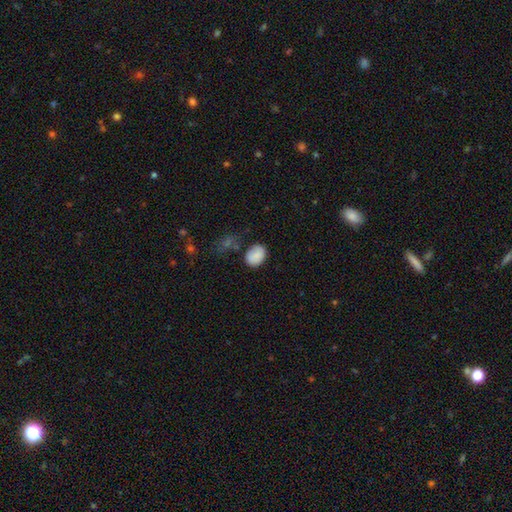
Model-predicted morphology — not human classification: Smooth or featured? Predicted: smooth (p=0.85). How rounded? Predicted: in between (p=0.66). Merging? Predicted: none (p=0.71).